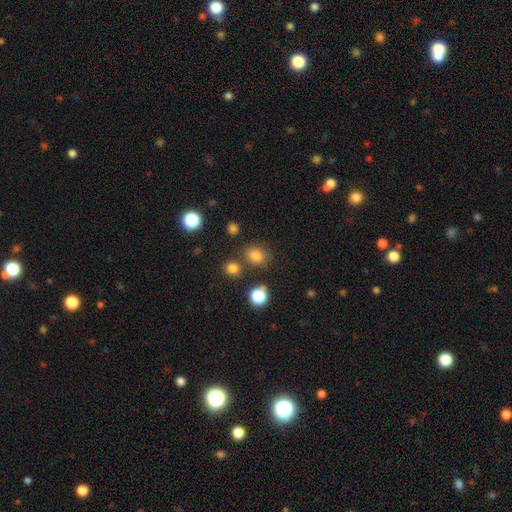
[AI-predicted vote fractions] smooth_or_featured: smooth (p=0.79) [alt: star or artifact p=0.15]
how_rounded: round (p=0.63) [alt: in between p=0.36]
merging: none (p=0.76) [alt: minor disturbance p=0.11]